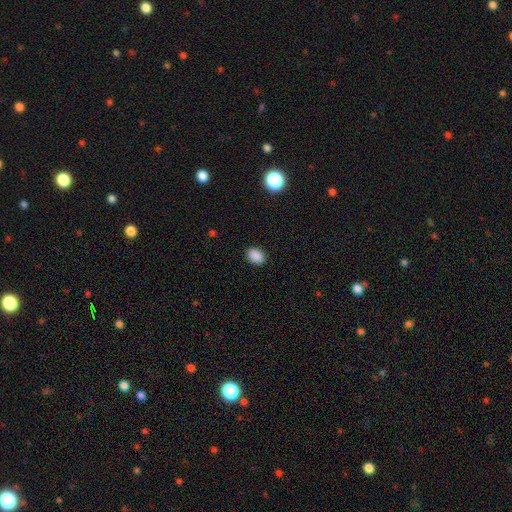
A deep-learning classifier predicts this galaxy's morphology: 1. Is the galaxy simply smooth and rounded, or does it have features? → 88% smooth, 9% star or artifact, 3% featured or disk.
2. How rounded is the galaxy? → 78% in between, 21% round, 1% cigar-shaped.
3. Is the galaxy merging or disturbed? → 89% none, 8% minor disturbance, 2% major disturbance, 1% merger.